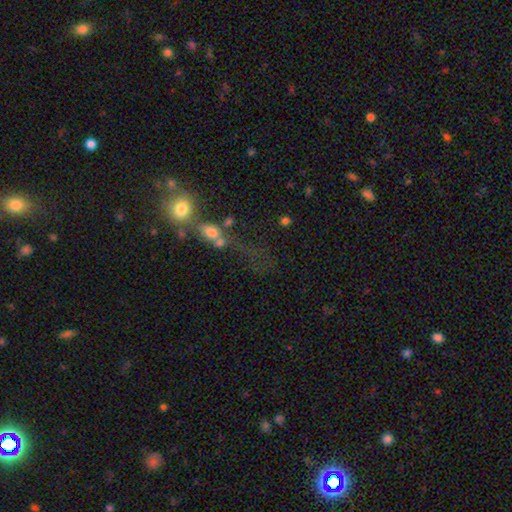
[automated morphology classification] Smooth or featured: star or artifact — 42% (smooth — 39%)